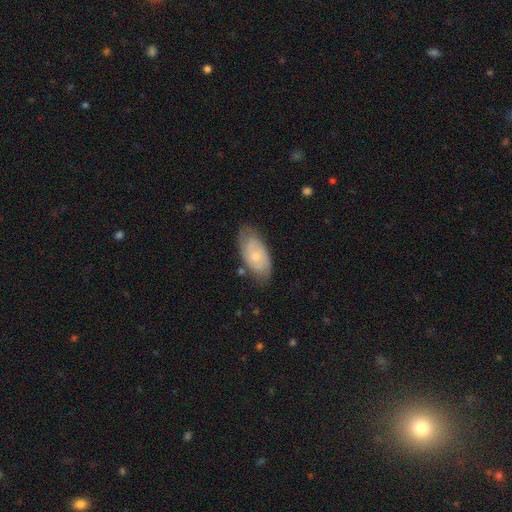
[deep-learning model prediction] Q: Smooth or featured?
A: featured or disk (50%); runner-up: smooth (43%)
Q: Edge-on disk?
A: no (92%); runner-up: yes (8%)
Q: Merging?
A: none (70%); runner-up: minor disturbance (23%)